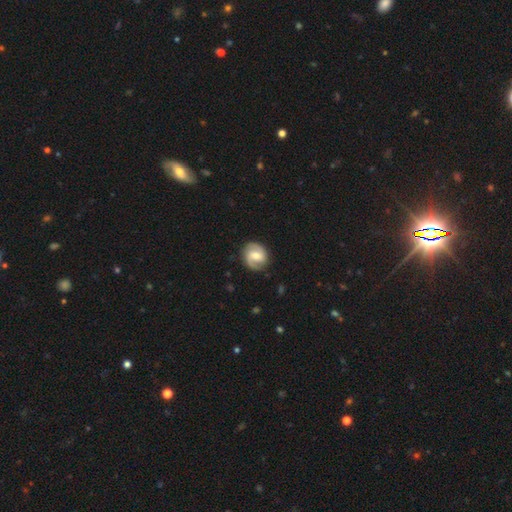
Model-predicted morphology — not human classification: The model was most divided on "spiral winding": medium: 47%, tight: 33%, loose: 20%. More confident: edge-on disk — no (98%); spiral arms — yes (92%); spiral arm count — 2 (88%); merging — none (84%); smooth or featured — featured or disk (74%); bulge size — moderate (65%); bar — weak (50%).